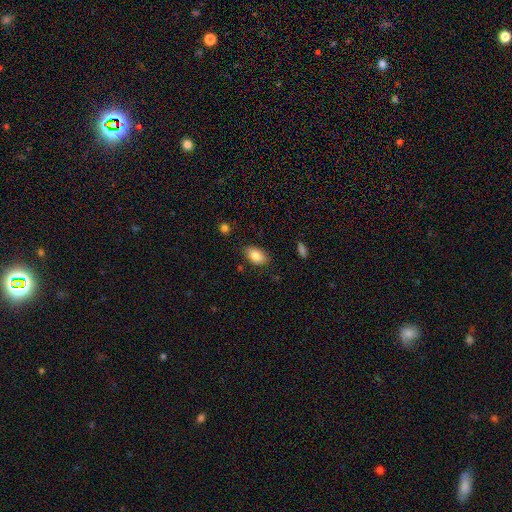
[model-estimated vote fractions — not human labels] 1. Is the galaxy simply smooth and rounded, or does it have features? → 85% smooth, 7% star or artifact, 7% featured or disk.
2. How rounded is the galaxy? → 91% in between, 7% round, 2% cigar-shaped.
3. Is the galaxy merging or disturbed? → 82% none, 14% minor disturbance, 3% major disturbance, 2% merger.